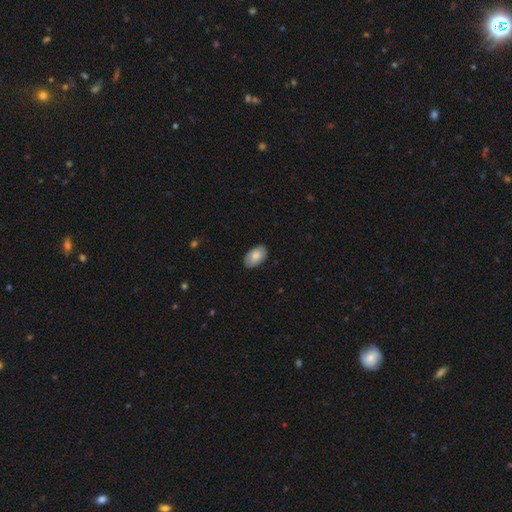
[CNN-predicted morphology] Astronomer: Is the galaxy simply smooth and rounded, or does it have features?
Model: smooth — 79%.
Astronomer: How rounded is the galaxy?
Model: in between — 94%.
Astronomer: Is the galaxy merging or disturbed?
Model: none — 85%.